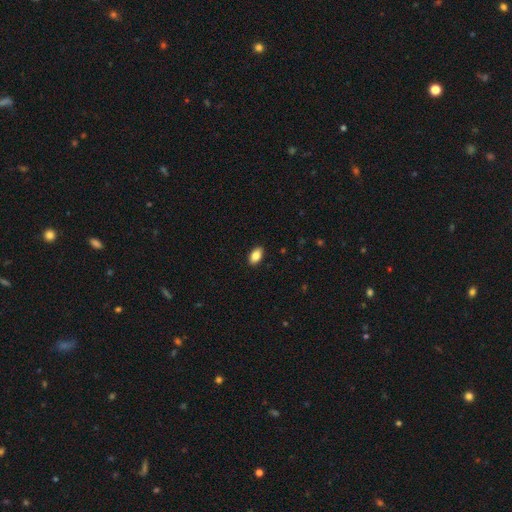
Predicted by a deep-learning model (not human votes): Morphology: type=smooth (87%); roundness=in between (93%); merging=none (90%).